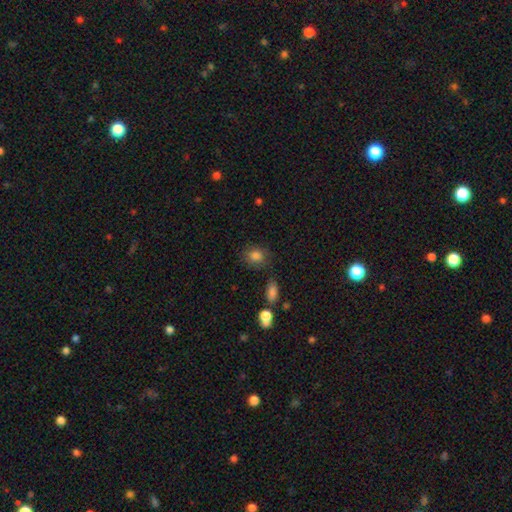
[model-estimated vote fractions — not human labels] smooth-or-featured: smooth: 83% | star or artifact: 11% | featured or disk: 6%
  how-rounded: round: 61% | in between: 37% | cigar-shaped: 1%
  merging: none: 76% | minor disturbance: 15% | major disturbance: 5% | merger: 4%